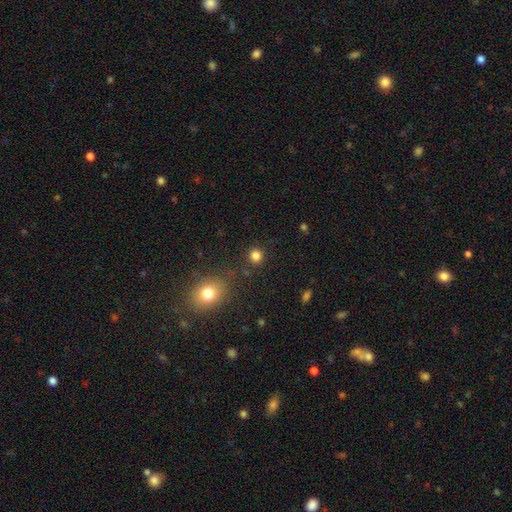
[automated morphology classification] Smooth or featured: smooth — 82% (star or artifact — 14%)
How rounded: round — 90% (in between — 9%)
Merging: none — 87% (minor disturbance — 7%)